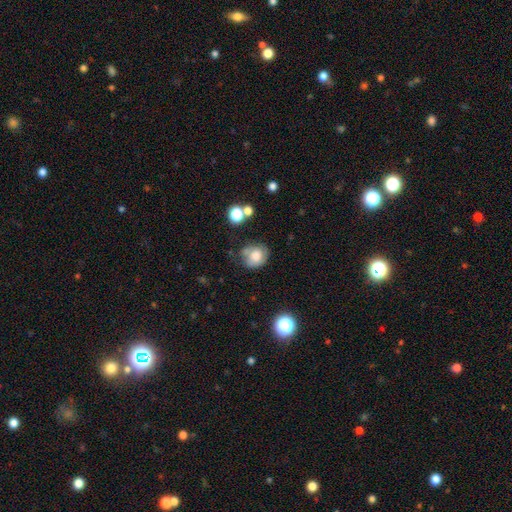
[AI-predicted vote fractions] A smooth galaxy with no disk features (68%) that is round (66%). Merging: none (50%).